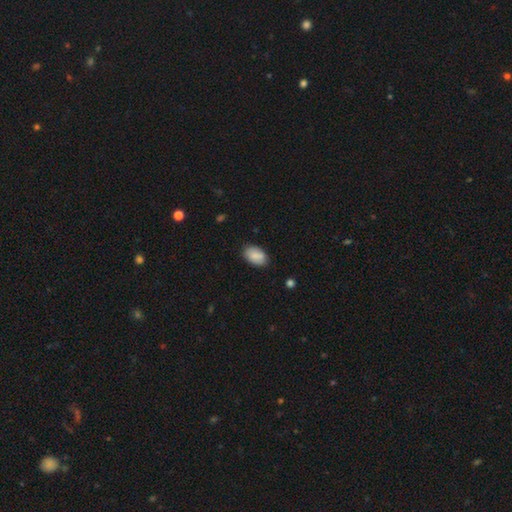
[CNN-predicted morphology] A smooth galaxy with no disk features (85%) that is in between round and cigar-shaped (92%).

Vote fractions:
- Smooth or featured? smooth: 85% / featured or disk: 8% / star or artifact: 7%
- How rounded? in between: 92% / round: 7% / cigar-shaped: 1%
- Merging? none: 81% / minor disturbance: 14% / major disturbance: 3% / merger: 2%